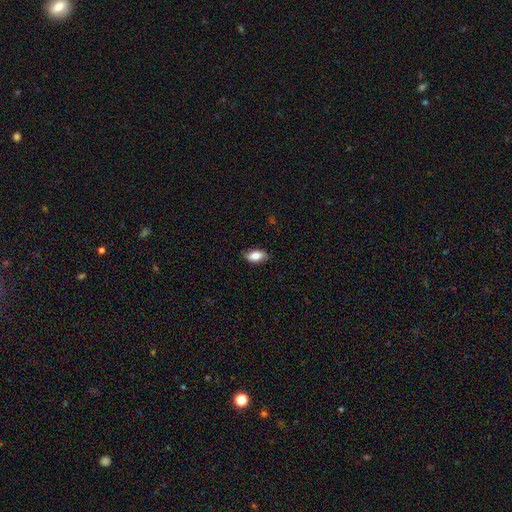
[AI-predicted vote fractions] Smooth or featured: smooth — 74% (featured or disk — 19%)
How rounded: in between — 90% (cigar-shaped — 5%)
Merging: none — 84% (minor disturbance — 13%)